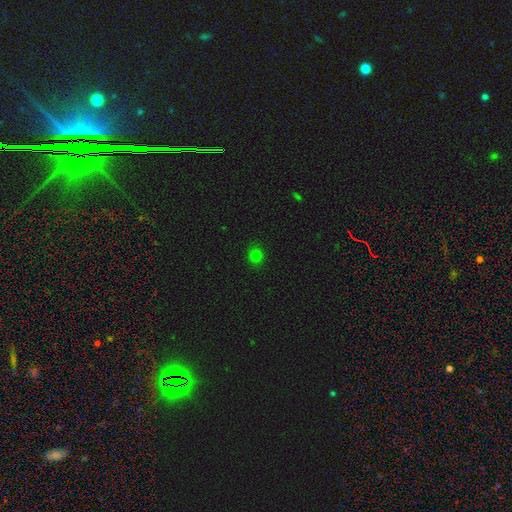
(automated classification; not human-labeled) smooth 77%, star or artifact 18%, featured or disk 5%. Down the decision tree: how rounded — round (86%); merging — none (90%).